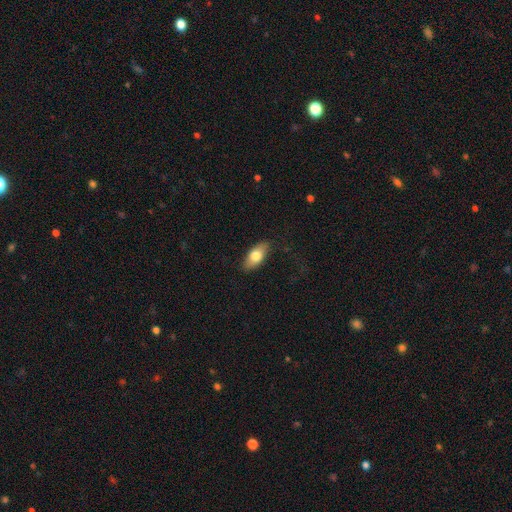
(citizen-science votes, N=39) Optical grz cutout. It shows a smooth galaxy with no disk features (72%) that is in between round and cigar-shaped (71%). Merging: none (59%).